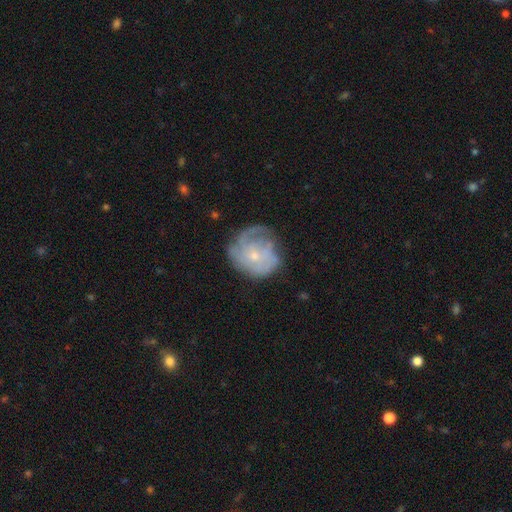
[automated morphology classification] type=featured or disk (67%); edge-on=no (98%); bar=no (81%); spiral arms=yes (78%); winding=tight (56%); arm count=can't tell (47%); bulge=small (71%); merging=none (55%).